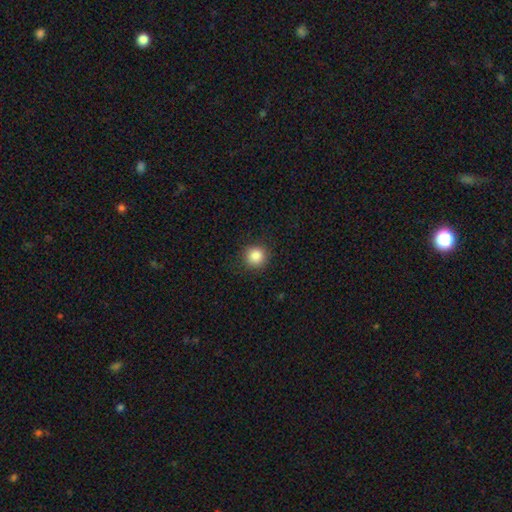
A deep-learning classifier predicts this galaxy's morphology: smooth 86%, star or artifact 10%, featured or disk 4%. Down the decision tree: how rounded — round (93%); merging — none (90%).